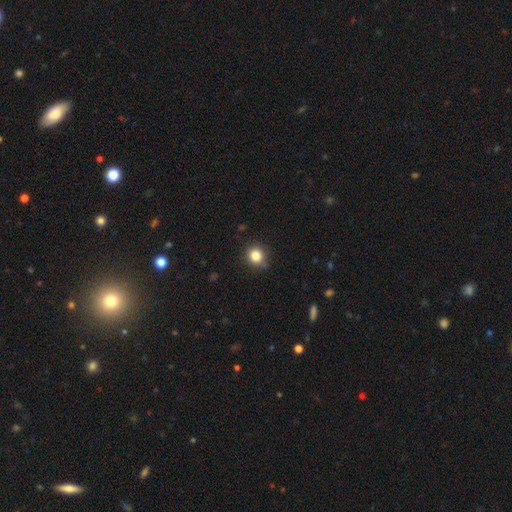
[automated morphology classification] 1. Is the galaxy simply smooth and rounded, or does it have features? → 83% smooth, 12% star or artifact, 5% featured or disk.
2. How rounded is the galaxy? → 87% round, 12% in between, 1% cigar-shaped.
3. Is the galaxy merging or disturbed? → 82% none, 14% minor disturbance, 3% major disturbance, 1% merger.